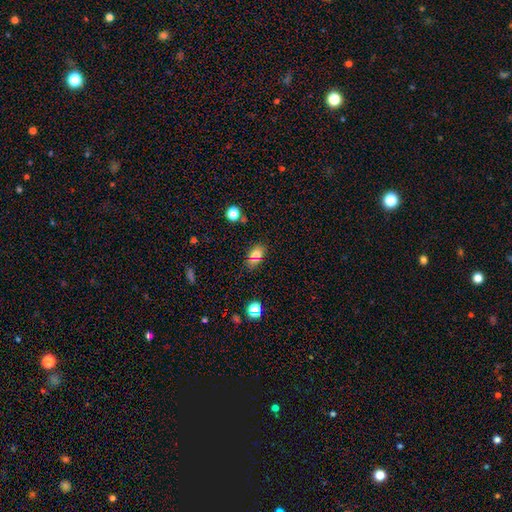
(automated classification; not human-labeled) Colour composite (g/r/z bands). It shows a smooth galaxy with no disk features (71%) that is in between round and cigar-shaped (81%). Merging: none (81%).